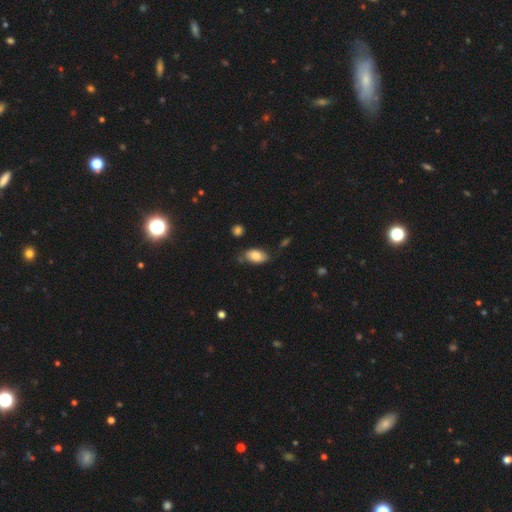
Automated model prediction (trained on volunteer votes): smooth_or_featured: smooth (p=0.81) [alt: featured or disk p=0.12]
how_rounded: in between (p=0.93) [alt: round p=0.05]
merging: none (p=0.71) [alt: minor disturbance p=0.21]